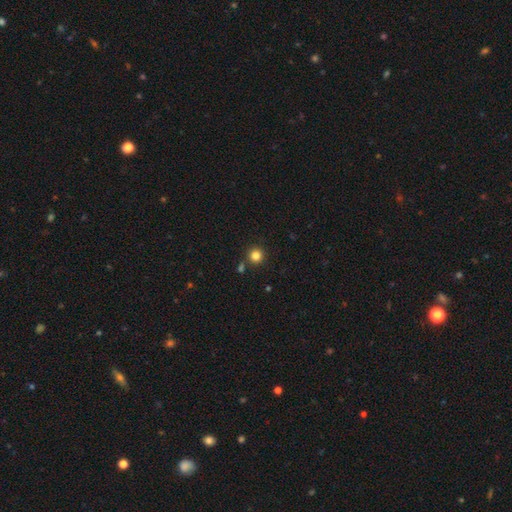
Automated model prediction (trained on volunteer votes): A smooth galaxy with no disk features (83%) that is round (95%).

Vote fractions:
- Smooth or featured? smooth: 83% / star or artifact: 13% / featured or disk: 4%
- How rounded? round: 95% / in between: 4% / cigar-shaped: 1%
- Merging? none: 86% / minor disturbance: 6% / merger: 6% / major disturbance: 2%